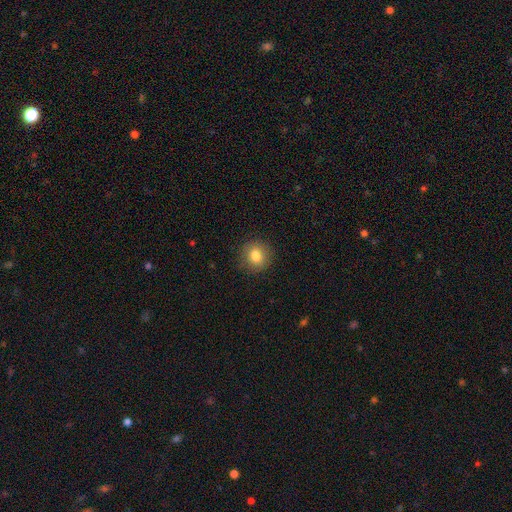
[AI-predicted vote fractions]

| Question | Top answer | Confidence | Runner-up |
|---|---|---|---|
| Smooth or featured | smooth | 83% | star or artifact (10%) |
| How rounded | round | 90% | in between (9%) |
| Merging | none | 89% | minor disturbance (8%) |